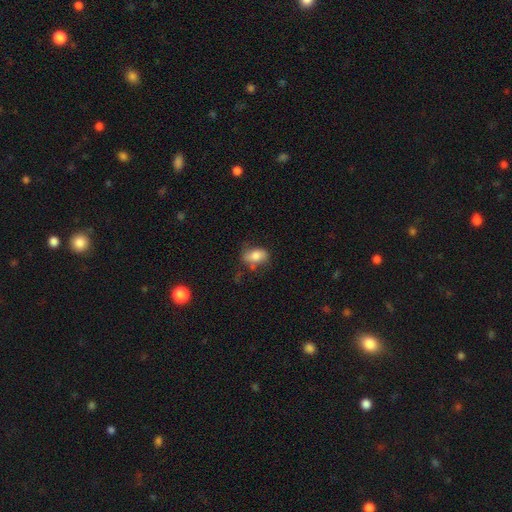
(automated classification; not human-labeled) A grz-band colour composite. It shows a smooth galaxy with no disk features (74%) that is in between round and cigar-shaped (86%). Merging: none (60%).